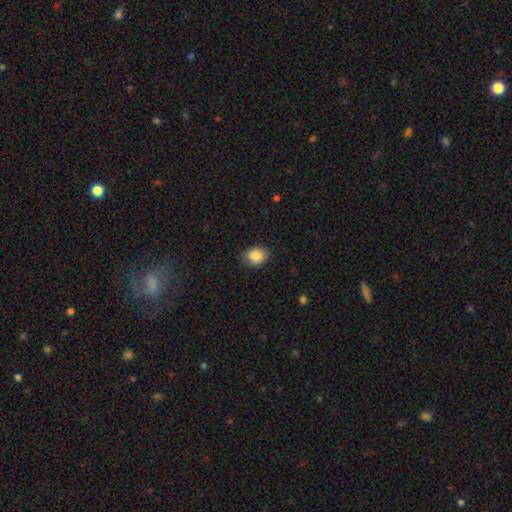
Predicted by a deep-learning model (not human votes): smooth 87%, star or artifact 8%, featured or disk 5%. Down the decision tree: how rounded — in between (65%); merging — none (84%).